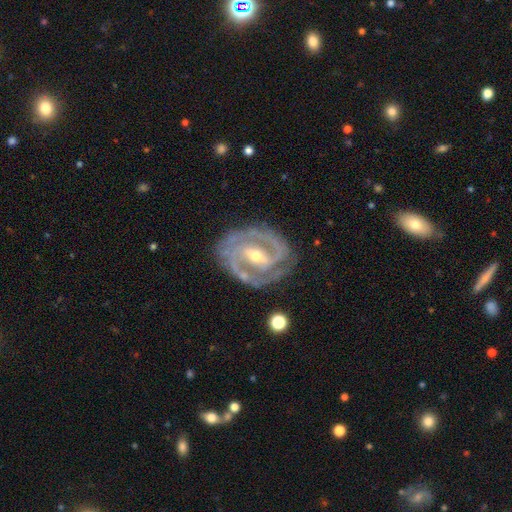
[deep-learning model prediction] Smooth or featured: featured or disk — 90% (smooth — 5%)
Edge-on disk: no — 96% (yes — 4%)
Bar: strong — 50% (weak — 34%)
Spiral arms: yes — 97% (no — 3%)
Spiral winding: tight — 61% (medium — 34%)
Spiral arm count: 2 — 79% (3 — 9%)
Bulge size: moderate — 51% (small — 45%)
Merging: none — 78% (minor disturbance — 15%)